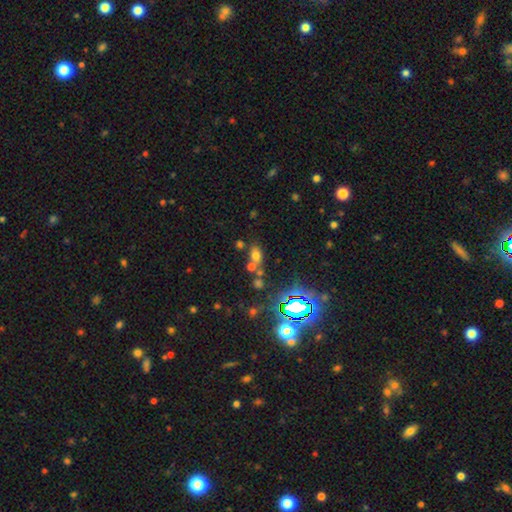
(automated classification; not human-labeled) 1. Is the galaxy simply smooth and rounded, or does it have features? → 57% smooth, 31% star or artifact, 11% featured or disk.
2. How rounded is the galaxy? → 70% in between, 27% round, 4% cigar-shaped.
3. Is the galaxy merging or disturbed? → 49% none, 34% merger, 11% minor disturbance, 6% major disturbance.